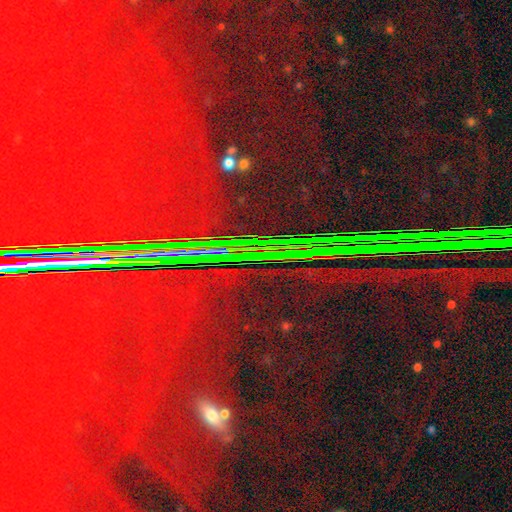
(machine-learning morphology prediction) Smooth or featured: star or artifact — 86% (featured or disk — 7%)